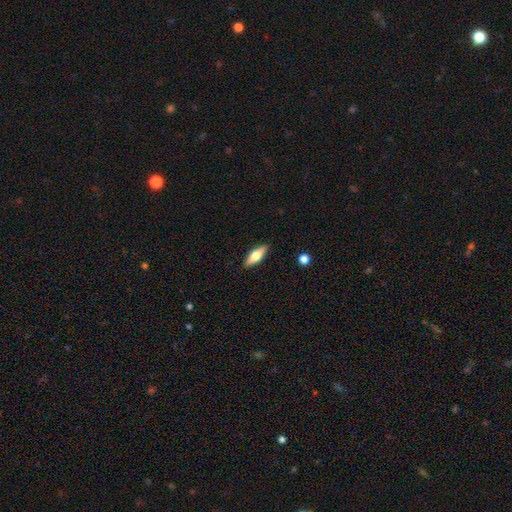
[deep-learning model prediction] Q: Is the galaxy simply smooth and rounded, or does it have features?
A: smooth — 55%.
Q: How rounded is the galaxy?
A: in between — 59%.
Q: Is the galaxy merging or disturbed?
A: none — 88%.